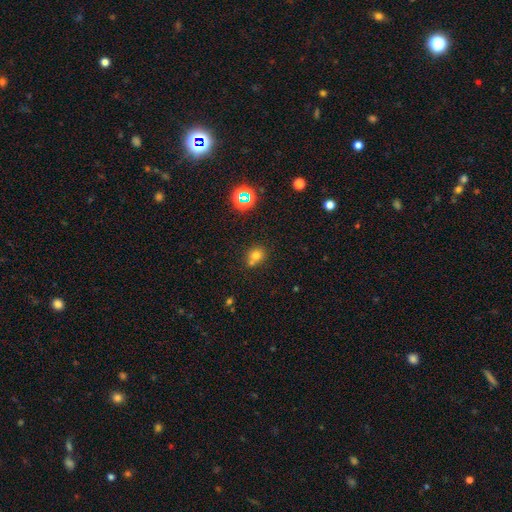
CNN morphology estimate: smooth-or-featured: smooth: 70% | star or artifact: 18% | featured or disk: 11%
  how-rounded: round: 74% | in between: 25% | cigar-shaped: 1%
  merging: none: 51% | merger: 35% | minor disturbance: 11% | major disturbance: 4%